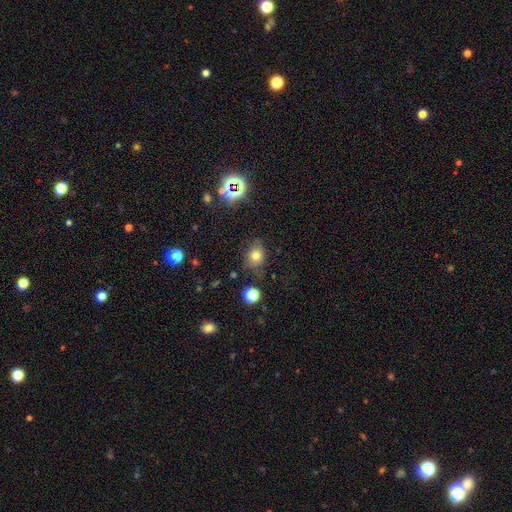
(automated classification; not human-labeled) This appears to be a smooth galaxy with no disk features (72%) that is round (52%). Merging: none (69%).